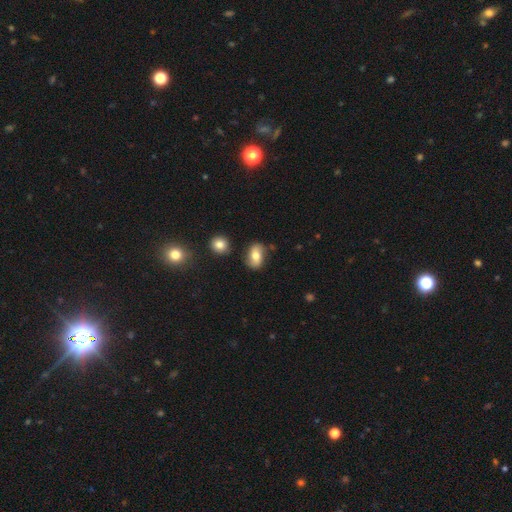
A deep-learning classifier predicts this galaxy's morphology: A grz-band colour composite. It shows a smooth galaxy with no disk features (68%) that is in between round and cigar-shaped (81%). Merging: none (75%).